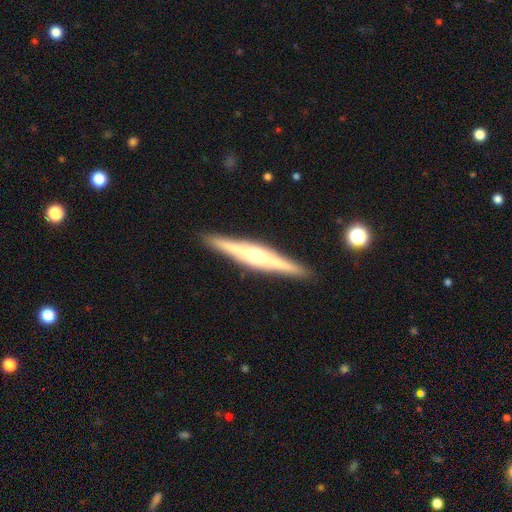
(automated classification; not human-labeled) Smooth or featured? featured or disk (79%)
Edge-on disk? yes (98%)
Edge-on bulge? rounded (83%)
Merging? none (91%)